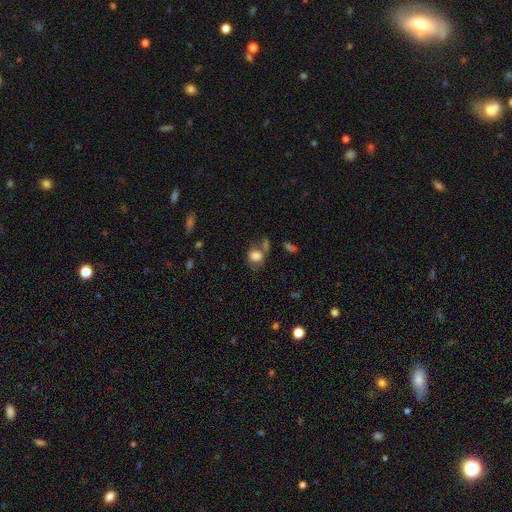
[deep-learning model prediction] smooth-or-featured: smooth: 74% | featured or disk: 15% | star or artifact: 11%
  how-rounded: in between: 56% | round: 43% | cigar-shaped: 1%
  merging: none: 40% | minor disturbance: 22% | merger: 20% | major disturbance: 18%